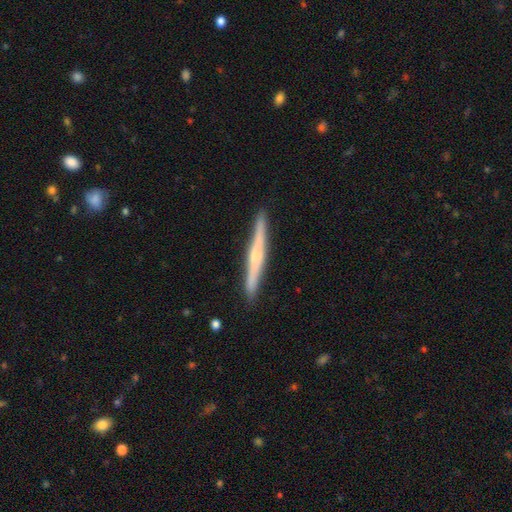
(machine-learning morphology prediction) Smooth or featured?
  - featured or disk: 66% *
  - smooth: 29%
  - star or artifact: 6%
Edge-on disk?
  - yes: 97% *
  - no: 3%
Edge-on bulge?
  - rounded: 66% *
  - none: 24%
  - boxy: 10%
Merging?
  - none: 90% *
  - minor disturbance: 7%
  - major disturbance: 1%
  - merger: 1%